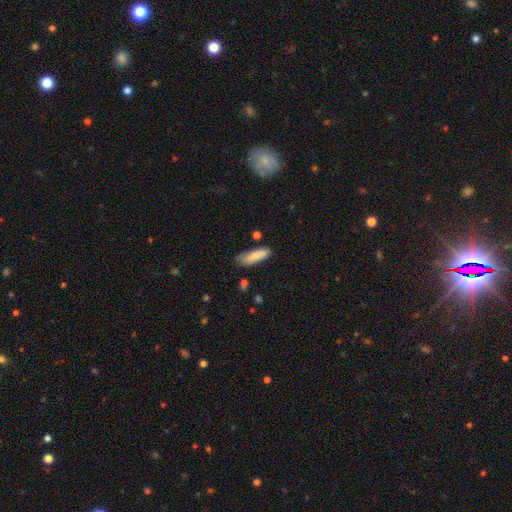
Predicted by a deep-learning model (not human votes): This appears to be a smooth galaxy with no disk features (83%) that is in between round and cigar-shaped (51%). Merging: none (64%).